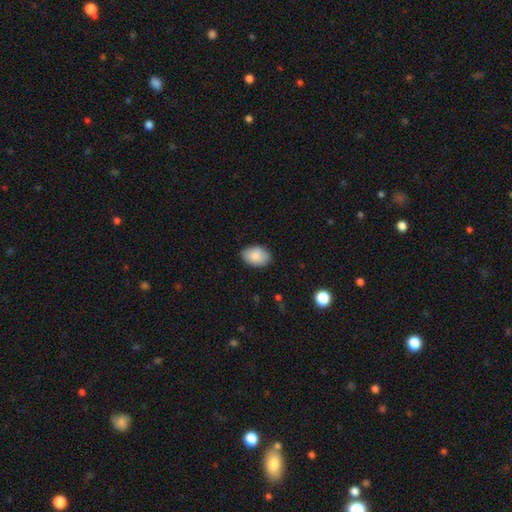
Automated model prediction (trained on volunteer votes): smooth 86%, featured or disk 8%, star or artifact 7%. Down the decision tree: how rounded — in between (85%); merging — none (81%).